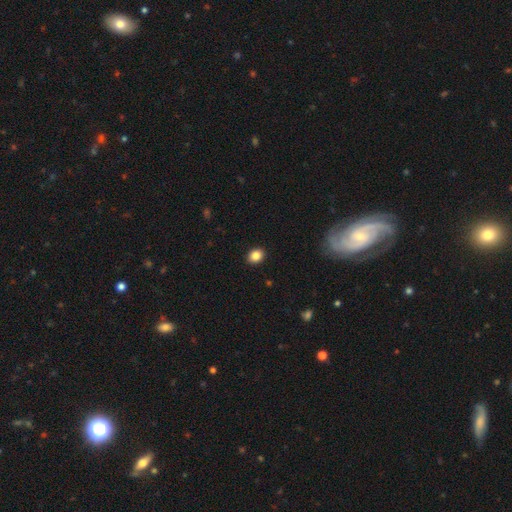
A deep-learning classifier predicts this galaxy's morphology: Q: Smooth or featured?
A: smooth (86%); runner-up: star or artifact (10%)
Q: How rounded?
A: round (52%); runner-up: in between (47%)
Q: Merging?
A: none (91%); runner-up: minor disturbance (6%)